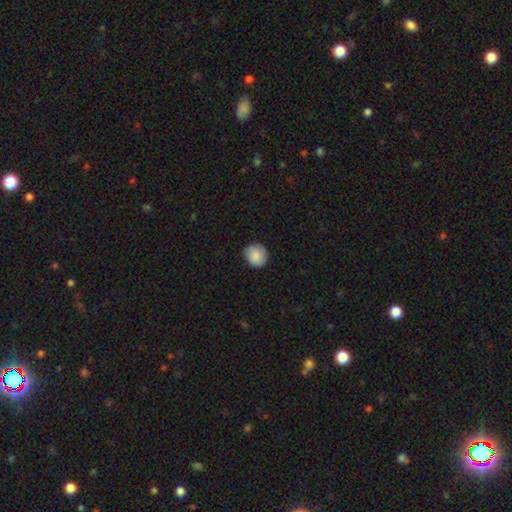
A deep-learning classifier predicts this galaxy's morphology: Smooth or featured? smooth (88%)
How rounded? round (87%)
Merging? none (87%)